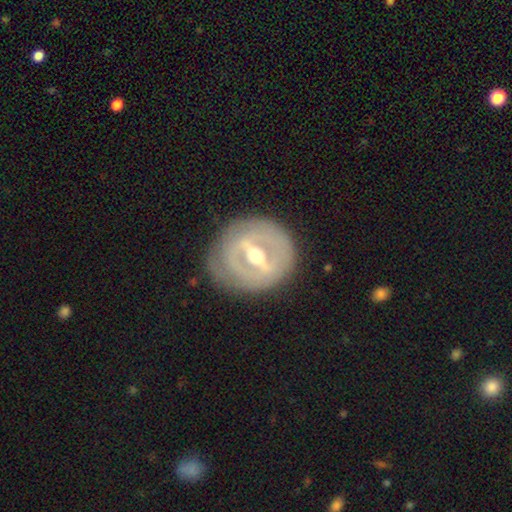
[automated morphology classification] Smooth or featured? featured or disk (79%)
Edge-on disk? no (89%)
Bar? strong (65%)
Spiral arms? no (63%)
Bulge size? moderate (75%)
Merging? none (80%)